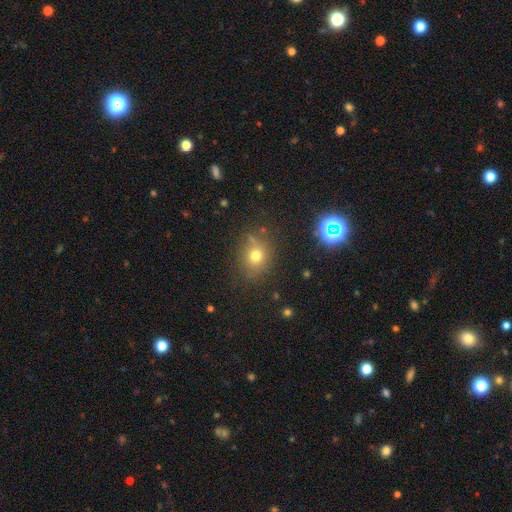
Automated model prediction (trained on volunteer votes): Smooth or featured? smooth (69%)
How rounded? round (67%)
Merging? none (78%)